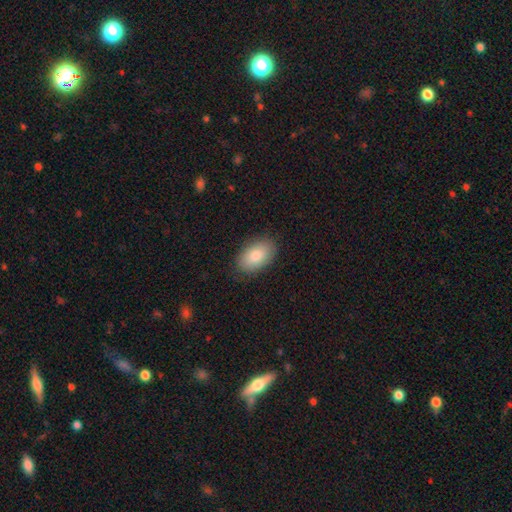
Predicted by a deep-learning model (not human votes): Smooth or featured?
  - smooth: 84% *
  - featured or disk: 9%
  - star or artifact: 6%
How rounded?
  - in between: 93% *
  - round: 6%
  - cigar-shaped: 1%
Merging?
  - none: 86% *
  - minor disturbance: 11%
  - major disturbance: 3%
  - merger: 1%